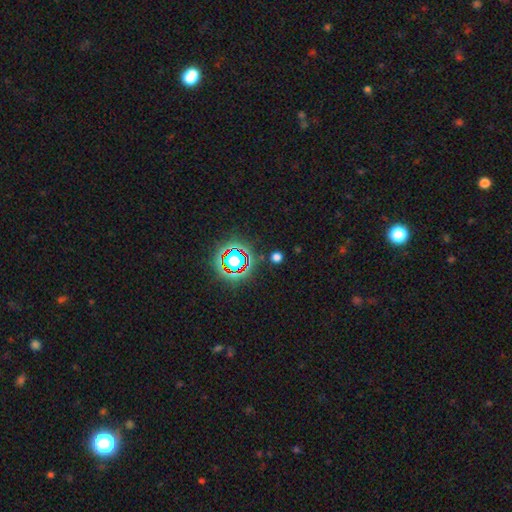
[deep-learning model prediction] Smooth or featured? Predicted: star or artifact (p=0.78).